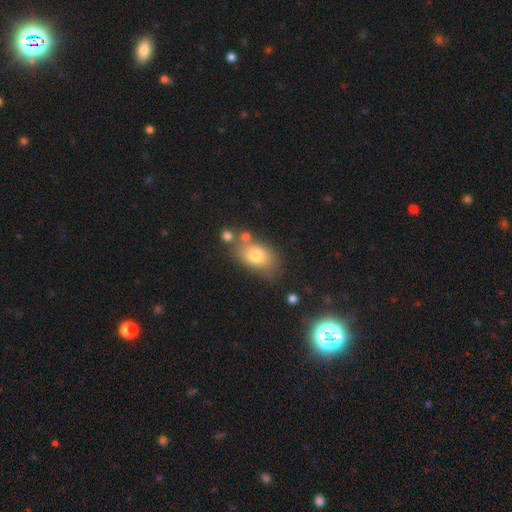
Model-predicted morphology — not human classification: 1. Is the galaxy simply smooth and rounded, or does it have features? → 74% smooth, 15% featured or disk, 11% star or artifact.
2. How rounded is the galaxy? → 82% in between, 16% round, 2% cigar-shaped.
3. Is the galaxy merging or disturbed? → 61% none, 19% minor disturbance, 14% merger, 7% major disturbance.